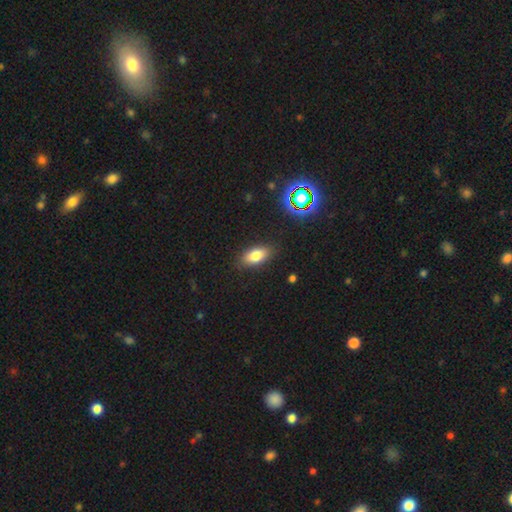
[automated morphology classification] This appears to be a smooth galaxy with no disk features (80%) that is in between round and cigar-shaped (88%). Merging: none (86%).